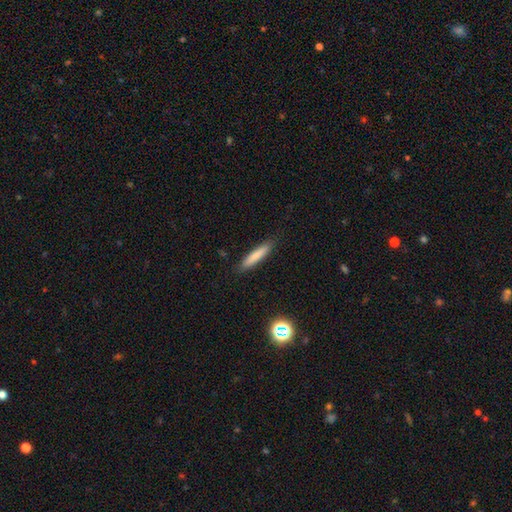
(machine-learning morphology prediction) Q: Smooth or featured?
A: smooth (79%); runner-up: featured or disk (15%)
Q: How rounded?
A: cigar-shaped (88%); runner-up: in between (10%)
Q: Merging?
A: none (87%); runner-up: minor disturbance (10%)